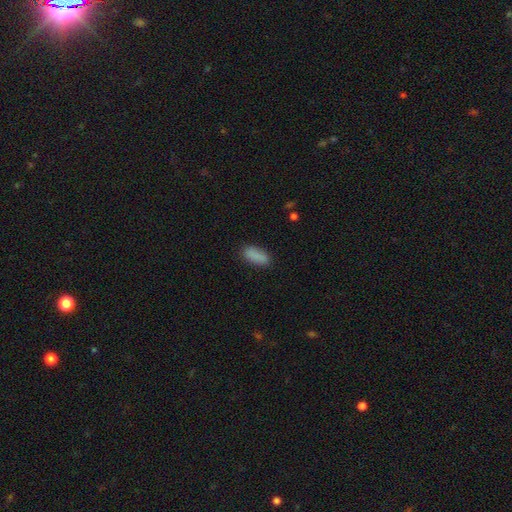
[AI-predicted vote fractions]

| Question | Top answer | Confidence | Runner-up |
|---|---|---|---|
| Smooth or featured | smooth | 87% | star or artifact (8%) |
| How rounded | in between | 80% | cigar-shaped (18%) |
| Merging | none | 81% | minor disturbance (14%) |